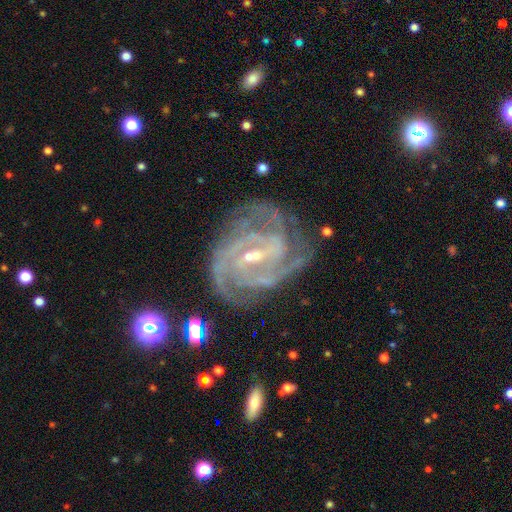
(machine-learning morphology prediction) A featured or disk galaxy (92%) with a strong bar (46%), 3 (31%) tight (67%) spiral arms (98%) and a small central bulge (68%).

Vote fractions:
- Smooth or featured? featured or disk: 92% / star or artifact: 5% / smooth: 3%
- Edge-on disk? no: 97% / yes: 3%
- Bar? strong: 46% / weak: 41% / no: 13%
- Spiral arms? yes: 98% / no: 2%
- Spiral winding? tight: 67% / medium: 29% / loose: 4%
- Spiral arm count? 3: 31% / 4: 25% / 2: 18% / can't tell: 13% / more than 4: 7% / 1: 6%
- Bulge size? small: 68% / moderate: 27% / none: 3% / large: 1% / dominant: 1%
- Merging? none: 72% / minor disturbance: 18% / major disturbance: 8% / merger: 2%